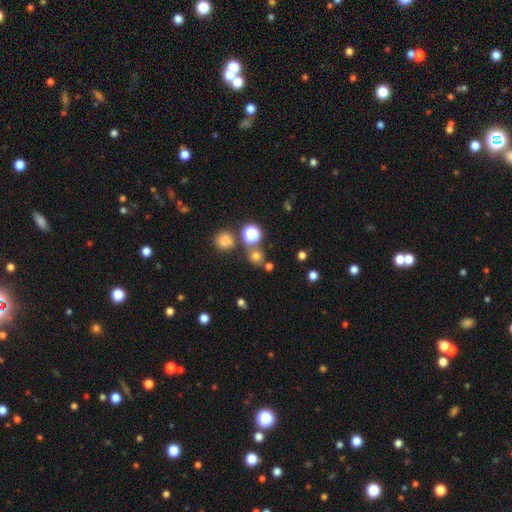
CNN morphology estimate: type=smooth (65%); roundness=round (84%); merging=none (73%).